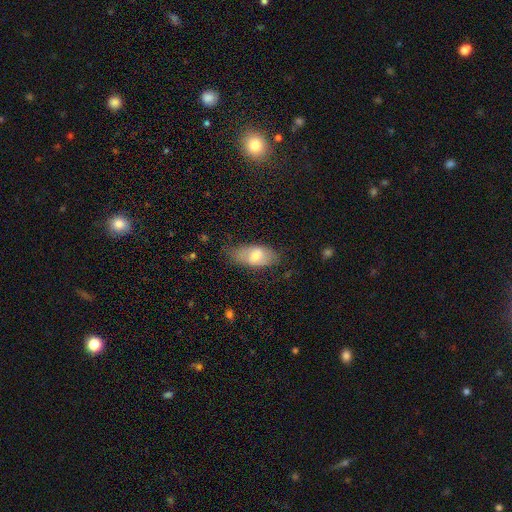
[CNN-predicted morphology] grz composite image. It shows a smooth galaxy with no disk features (63%) that is in between round and cigar-shaped (89%). Merging: none (68%).